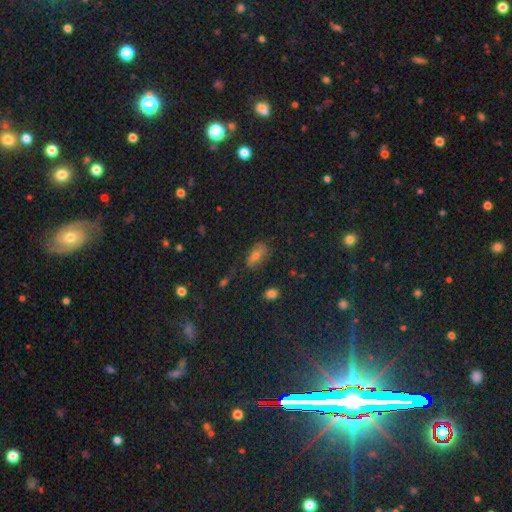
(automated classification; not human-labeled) Smooth or featured? Predicted: smooth (p=0.50). Merging? Predicted: none (p=0.62).